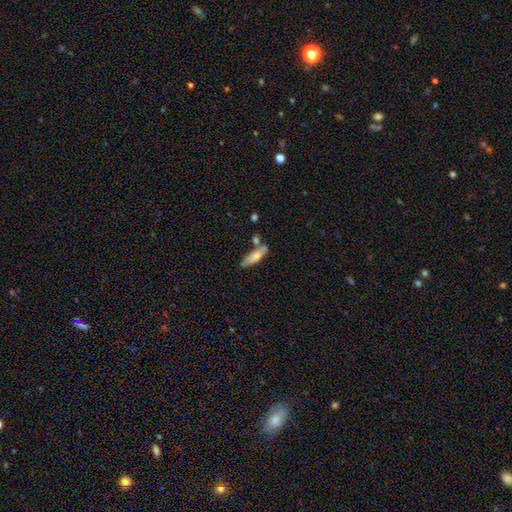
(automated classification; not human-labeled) A smooth galaxy with no disk features (75%) that is cigar-shaped (60%).

Vote fractions:
- Smooth or featured? smooth: 75% / featured or disk: 19% / star or artifact: 6%
- How rounded? cigar-shaped: 60% / in between: 38% / round: 2%
- Merging? none: 58% / minor disturbance: 20% / merger: 17% / major disturbance: 5%